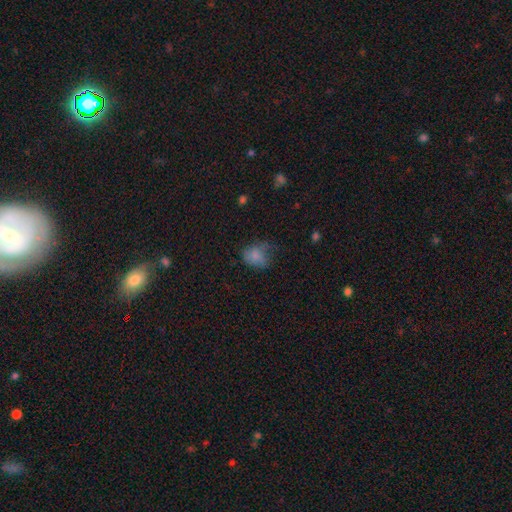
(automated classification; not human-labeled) A smooth galaxy with no disk features (75%) that is in between round and cigar-shaped (52%). Merging: none (41%).